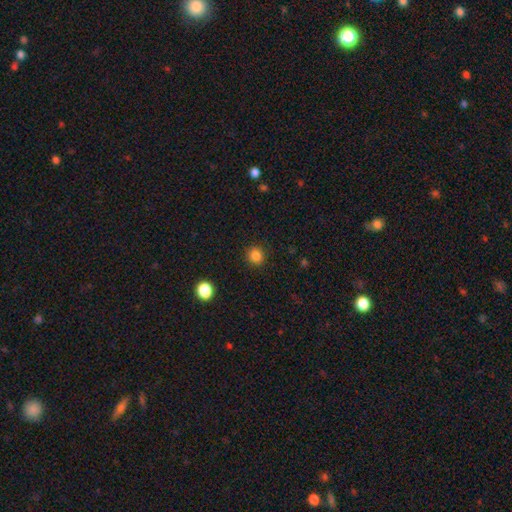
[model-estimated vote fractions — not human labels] Q: Smooth or featured?
A: smooth (84%); runner-up: star or artifact (12%)
Q: How rounded?
A: round (90%); runner-up: in between (9%)
Q: Merging?
A: none (91%); runner-up: minor disturbance (6%)